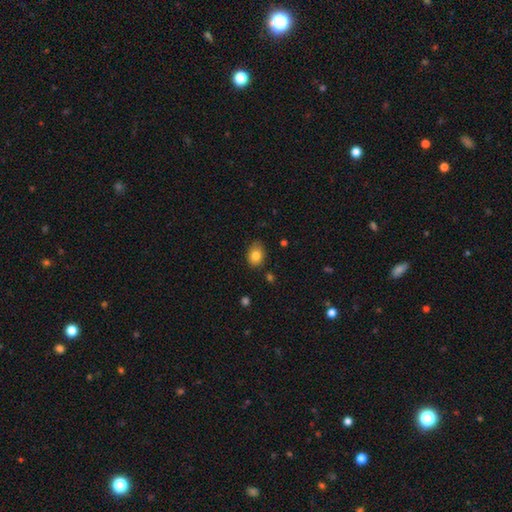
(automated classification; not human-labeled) Smooth or featured? Predicted: smooth (p=0.81). How rounded? Predicted: in between (p=0.68). Merging? Predicted: none (p=0.79).